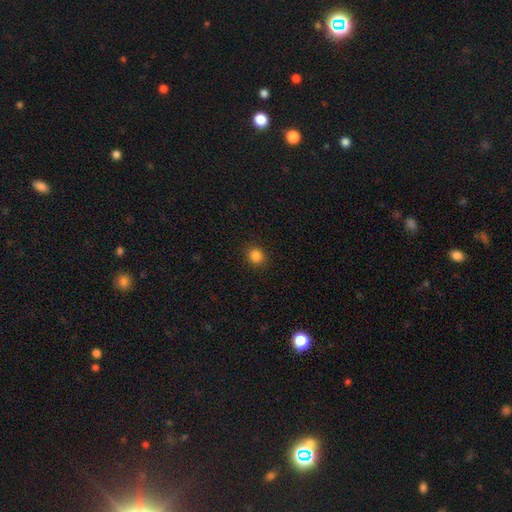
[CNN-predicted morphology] Smooth or featured: smooth — 85% (star or artifact — 12%)
How rounded: round — 82% (in between — 17%)
Merging: none — 90% (minor disturbance — 7%)